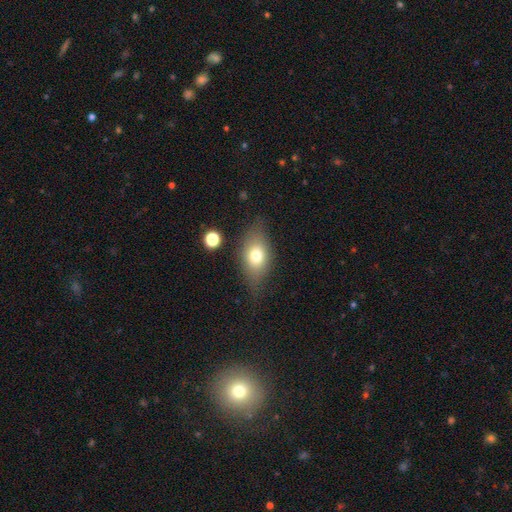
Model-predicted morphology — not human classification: Q: Smooth or featured?
A: smooth (70%); runner-up: featured or disk (20%)
Q: How rounded?
A: in between (77%); runner-up: round (16%)
Q: Merging?
A: none (71%); runner-up: minor disturbance (20%)